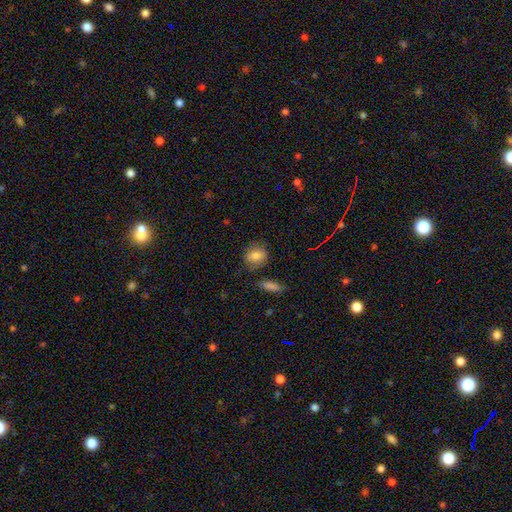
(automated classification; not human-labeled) smooth_or_featured: smooth (p=0.82) [alt: featured or disk p=0.10]
how_rounded: round (p=0.62) [alt: in between p=0.36]
merging: none (p=0.78) [alt: minor disturbance p=0.15]